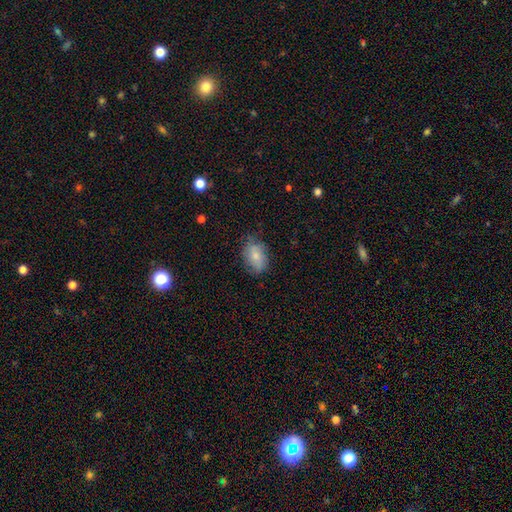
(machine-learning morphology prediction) smooth-or-featured: smooth: 71% | featured or disk: 21% | star or artifact: 8%
  how-rounded: in between: 85% | round: 13% | cigar-shaped: 2%
  merging: none: 67% | minor disturbance: 25% | major disturbance: 7% | merger: 1%